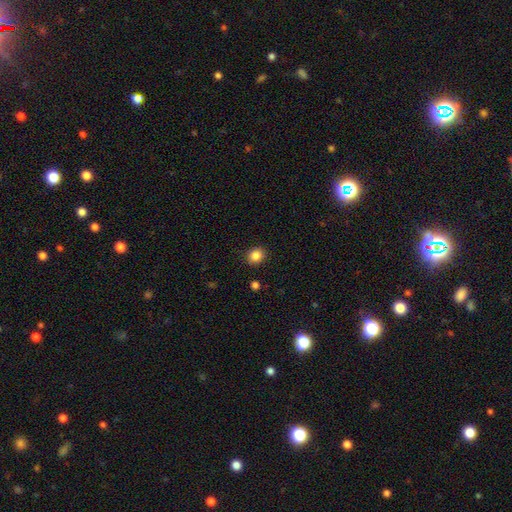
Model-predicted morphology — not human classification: type=smooth (86%); roundness=round (74%); merging=none (90%).